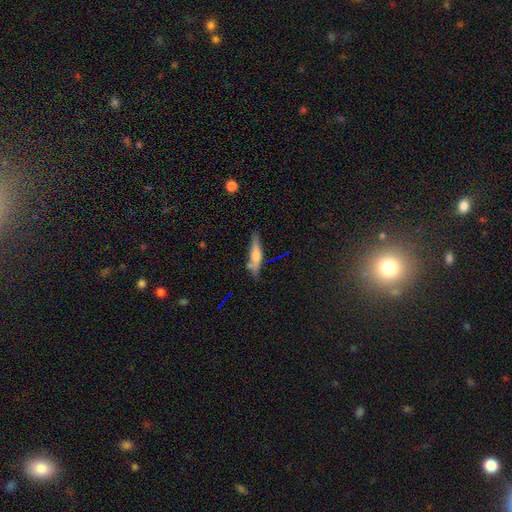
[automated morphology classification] A smooth galaxy with no disk features (48%).

Vote fractions:
- Smooth or featured? smooth: 48% / featured or disk: 42% / star or artifact: 9%
- Merging? none: 64% / minor disturbance: 23% / merger: 7% / major disturbance: 6%